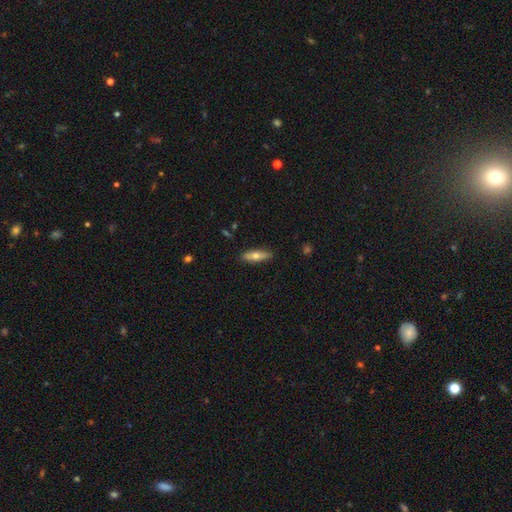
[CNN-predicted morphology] A smooth galaxy with no disk features (62%) that is cigar-shaped (56%). Merging: none (88%).